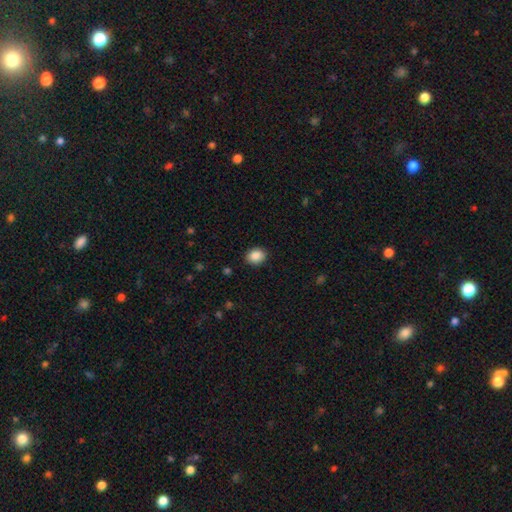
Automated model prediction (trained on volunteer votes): smooth 89%, star or artifact 8%, featured or disk 3%. Down the decision tree: how rounded — in between (53%); merging — none (89%).